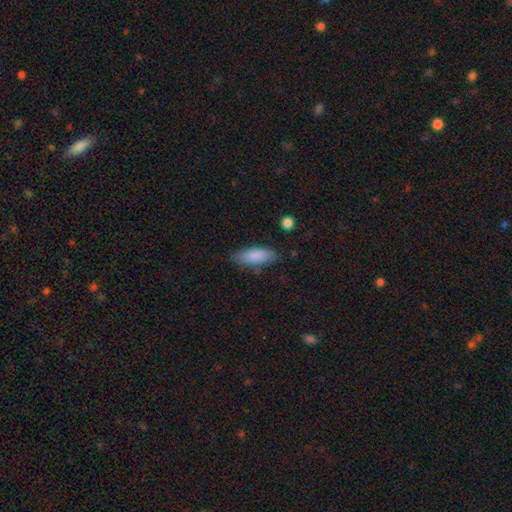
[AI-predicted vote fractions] Smooth or featured: smooth — 86% (featured or disk — 8%)
How rounded: in between — 71% (cigar-shaped — 27%)
Merging: none — 78% (minor disturbance — 17%)